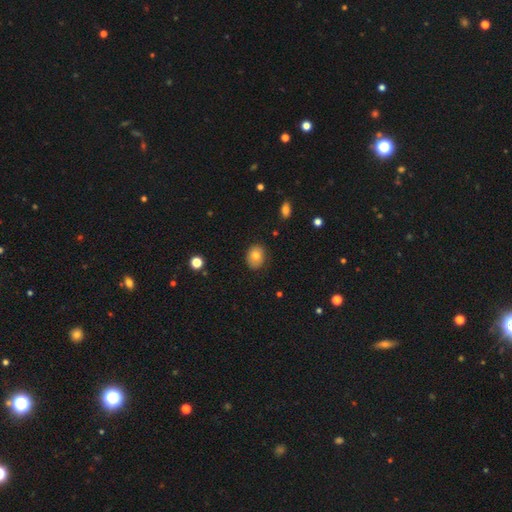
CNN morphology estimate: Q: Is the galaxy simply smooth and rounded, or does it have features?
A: smooth — 76%.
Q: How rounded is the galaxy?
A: in between — 52%.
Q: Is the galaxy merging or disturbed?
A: none — 81%.